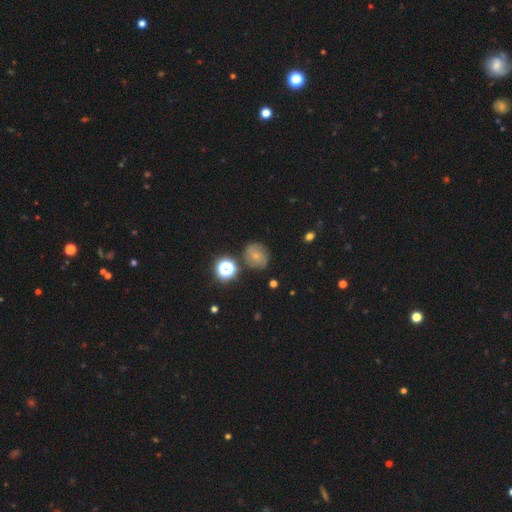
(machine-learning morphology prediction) smooth-or-featured: featured or disk: 42% | smooth: 40% | star or artifact: 18%
  merging: none: 71% | minor disturbance: 19% | major disturbance: 6% | merger: 4%